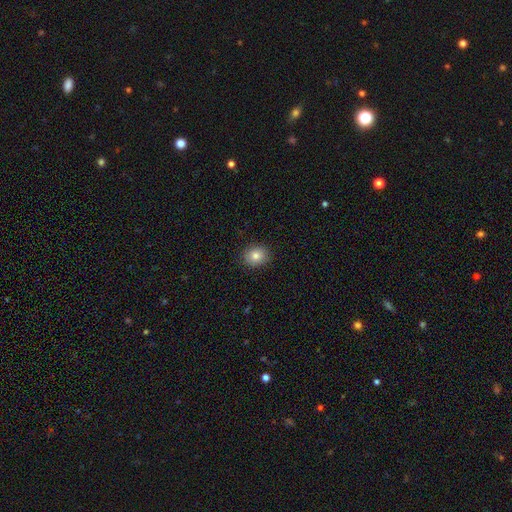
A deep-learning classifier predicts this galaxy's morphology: Overall: smooth (81%). How rounded: round (61%; in between 38%). Merging: none (90%).